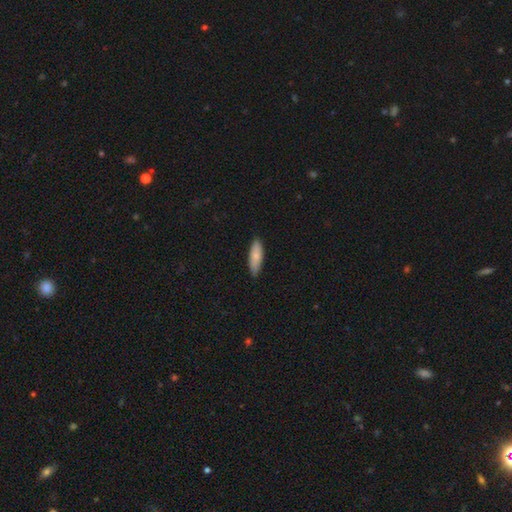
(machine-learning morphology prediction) The model was most divided on "how rounded": in between: 57%, cigar-shaped: 41%, round: 2%. More confident: merging — none (85%); smooth or featured — smooth (79%).